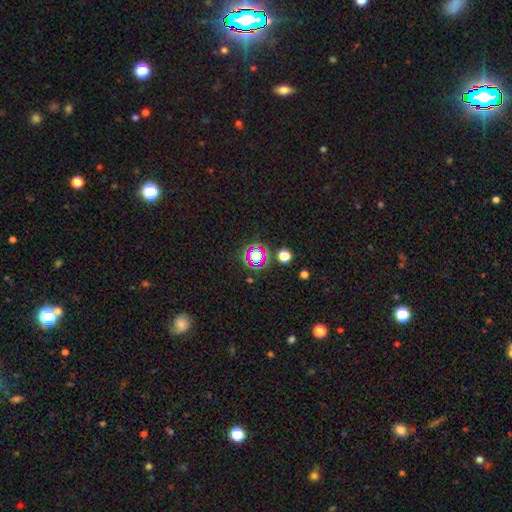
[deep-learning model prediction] A star or artifact, not a galaxy (60%).